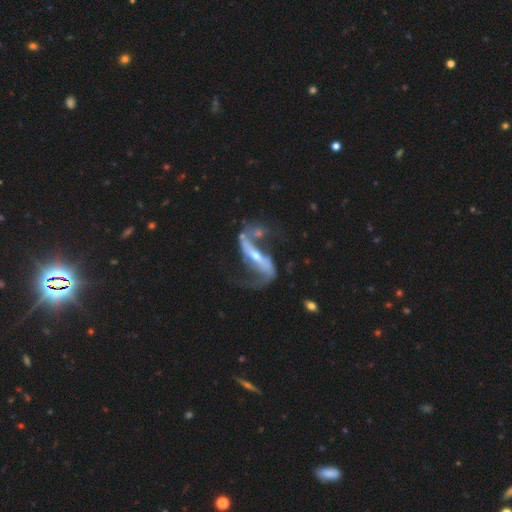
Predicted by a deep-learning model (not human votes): Q: Smooth or featured?
A: featured or disk (89%); runner-up: smooth (6%)
Q: Edge-on disk?
A: no (88%); runner-up: yes (12%)
Q: Bar?
A: strong (66%); runner-up: weak (20%)
Q: Spiral arms?
A: yes (94%); runner-up: no (6%)
Q: Spiral winding?
A: loose (72%); runner-up: medium (21%)
Q: Spiral arm count?
A: 2 (90%); runner-up: 1 (5%)
Q: Bulge size?
A: small (57%); runner-up: moderate (37%)
Q: Merging?
A: none (54%); runner-up: major disturbance (19%)